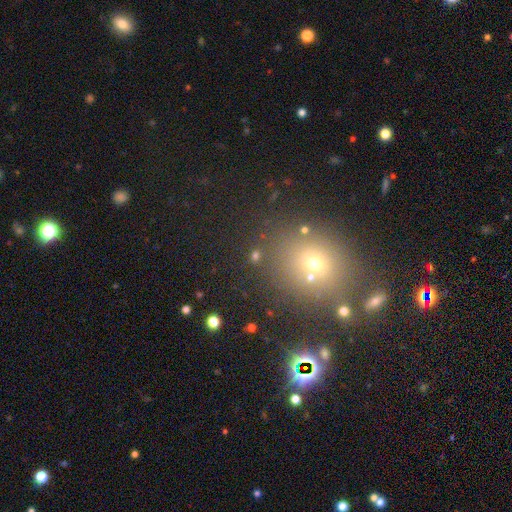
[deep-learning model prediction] A smooth galaxy with no disk features (59%) that is round (69%).

Vote fractions:
- Smooth or featured? smooth: 59% / star or artifact: 30% / featured or disk: 10%
- How rounded? round: 69% / in between: 29% / cigar-shaped: 2%
- Merging? none: 78% / merger: 9% / minor disturbance: 8% / major disturbance: 5%